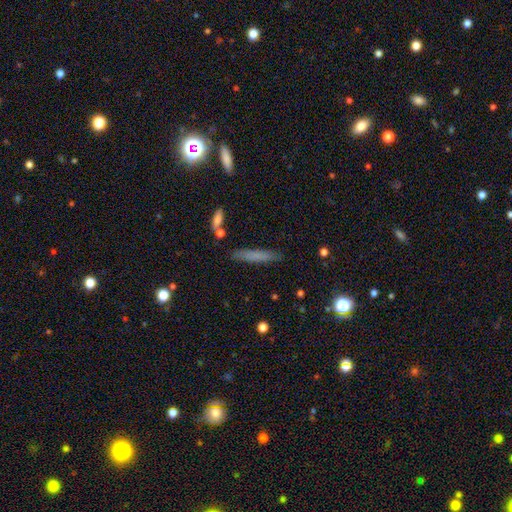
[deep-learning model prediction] Overall: smooth (68%). How rounded: cigar-shaped (92%). Merging: none (85%).